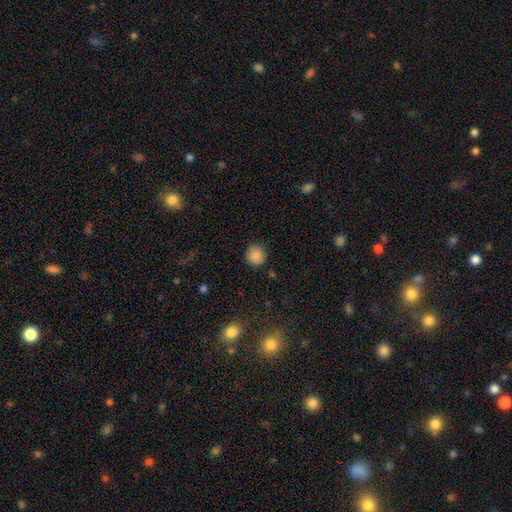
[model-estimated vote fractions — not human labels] This appears to be a smooth galaxy with no disk features (87%) that is round (91%). Merging: none (88%).